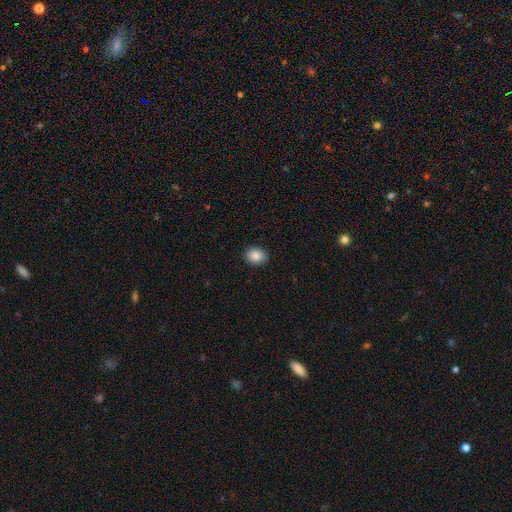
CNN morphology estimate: Smooth or featured? Predicted: smooth (p=0.87). How rounded? Predicted: in between (p=0.57). Merging? Predicted: none (p=0.89).